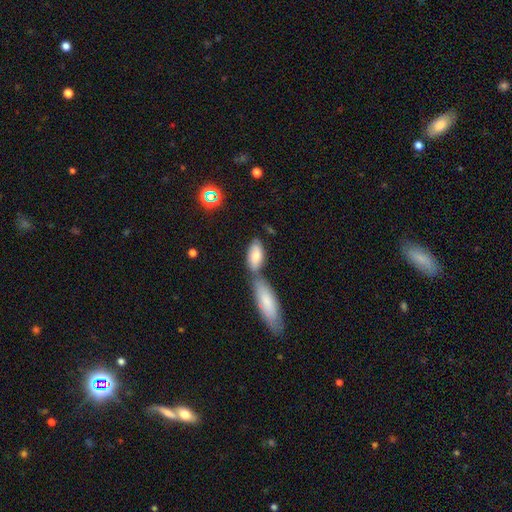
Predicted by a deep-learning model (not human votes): A smooth galaxy with no disk features (75%) that is in between round and cigar-shaped (85%).

Vote fractions:
- Smooth or featured? smooth: 75% / featured or disk: 18% / star or artifact: 7%
- How rounded? in between: 85% / cigar-shaped: 13% / round: 3%
- Merging? merger: 43% / none: 40% / minor disturbance: 12% / major disturbance: 4%